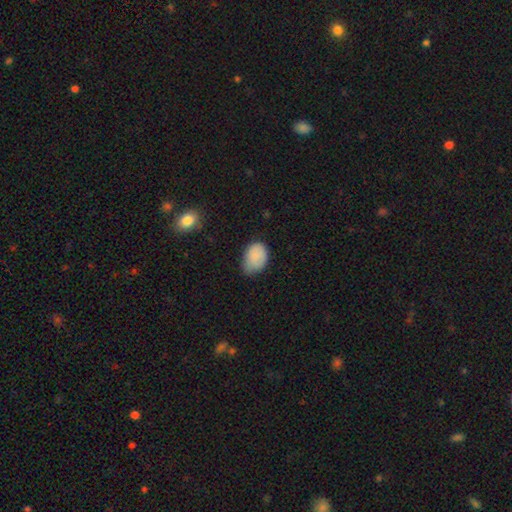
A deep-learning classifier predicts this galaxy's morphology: Smooth or featured?
  - smooth: 86% *
  - star or artifact: 7%
  - featured or disk: 6%
How rounded?
  - in between: 81% *
  - round: 18%
  - cigar-shaped: 1%
Merging?
  - none: 48% *
  - minor disturbance: 42%
  - major disturbance: 8%
  - merger: 2%